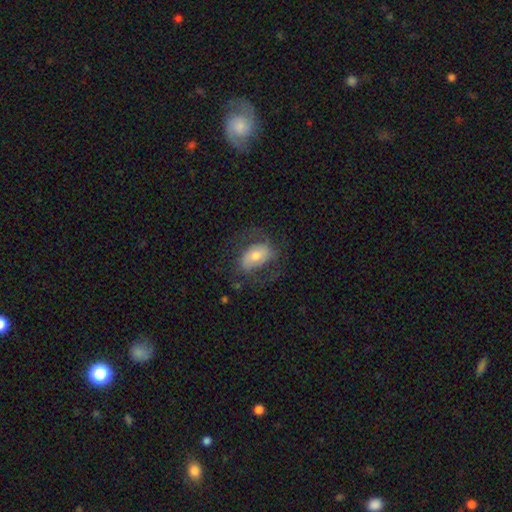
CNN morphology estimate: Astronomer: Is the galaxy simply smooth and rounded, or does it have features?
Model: smooth — 46%, tied with featured or disk at 46%.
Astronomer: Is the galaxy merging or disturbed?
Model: none — 62%.